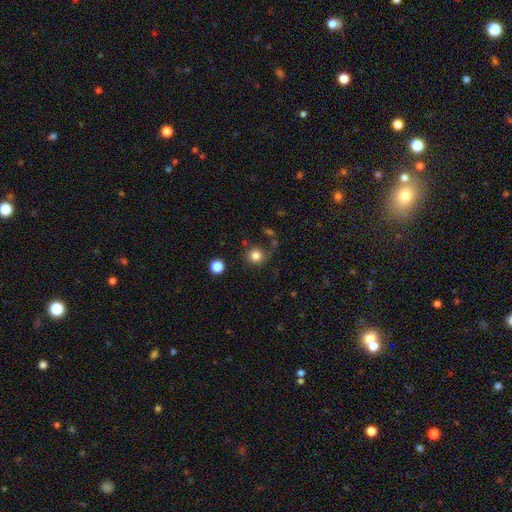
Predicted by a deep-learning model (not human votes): Q: Smooth or featured?
A: smooth (83%); runner-up: star or artifact (12%)
Q: How rounded?
A: round (92%); runner-up: in between (7%)
Q: Merging?
A: none (74%); runner-up: minor disturbance (13%)